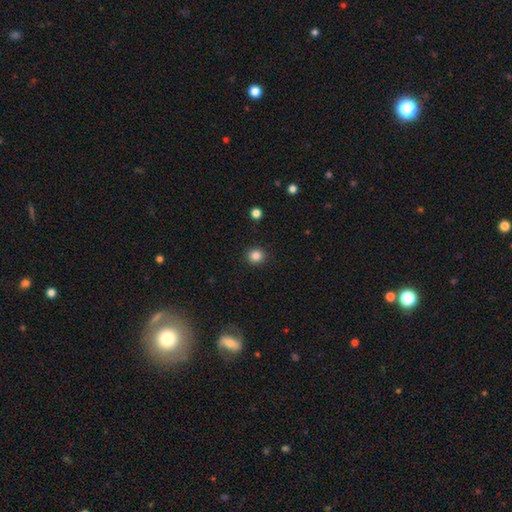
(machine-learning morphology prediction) Overall: smooth (85%). How rounded: round (92%). Merging: none (92%).